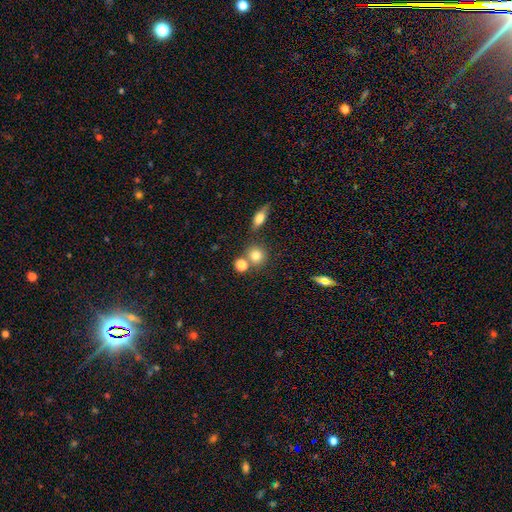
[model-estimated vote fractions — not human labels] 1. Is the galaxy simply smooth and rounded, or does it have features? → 78% smooth, 13% star or artifact, 10% featured or disk.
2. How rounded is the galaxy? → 86% round, 12% in between, 2% cigar-shaped.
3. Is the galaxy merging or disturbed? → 67% none, 21% merger, 9% minor disturbance, 3% major disturbance.